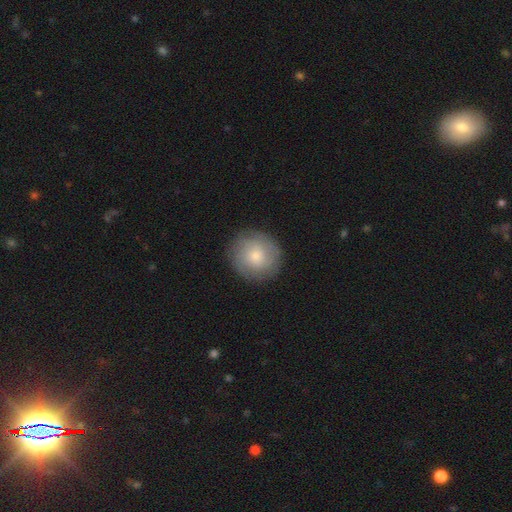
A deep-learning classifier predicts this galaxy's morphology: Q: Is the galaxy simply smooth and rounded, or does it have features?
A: smooth — 68%.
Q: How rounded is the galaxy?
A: round — 92%.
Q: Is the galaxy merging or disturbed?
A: none — 87%.